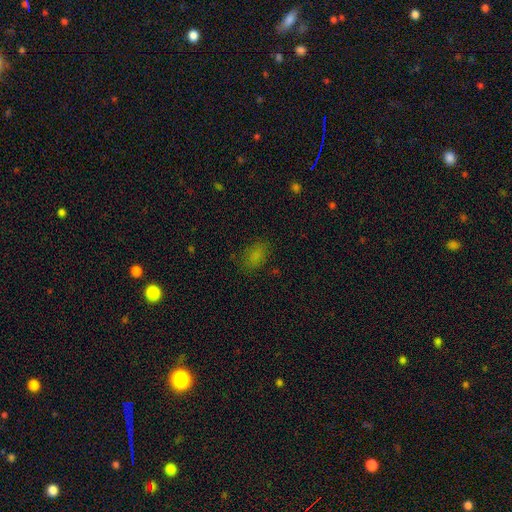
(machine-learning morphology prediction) smooth-or-featured: smooth: 78% | star or artifact: 16% | featured or disk: 6%
  how-rounded: in between: 86% | round: 11% | cigar-shaped: 2%
  merging: none: 77% | minor disturbance: 16% | major disturbance: 5% | merger: 2%